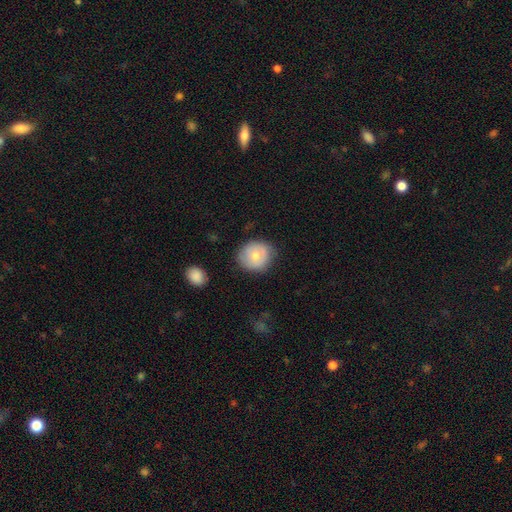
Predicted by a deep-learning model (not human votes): smooth_or_featured: smooth (p=0.62) [alt: featured or disk p=0.31]
how_rounded: round (p=0.83) [alt: in between p=0.16]
merging: none (p=0.76) [alt: minor disturbance p=0.18]